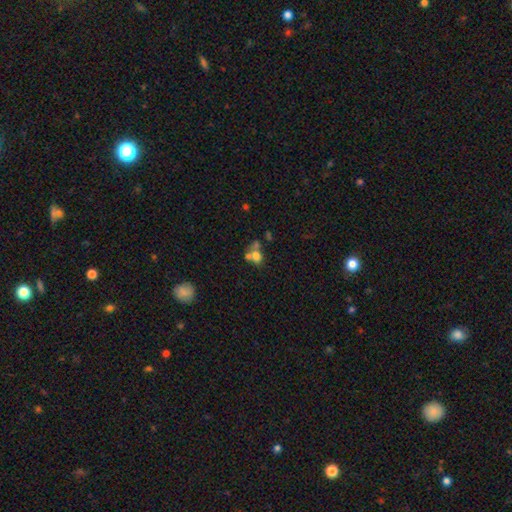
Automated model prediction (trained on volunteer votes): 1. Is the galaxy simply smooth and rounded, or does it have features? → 66% smooth, 20% featured or disk, 14% star or artifact.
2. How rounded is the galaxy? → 60% round, 38% in between, 1% cigar-shaped.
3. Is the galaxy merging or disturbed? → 51% merger, 33% none, 10% minor disturbance, 6% major disturbance.